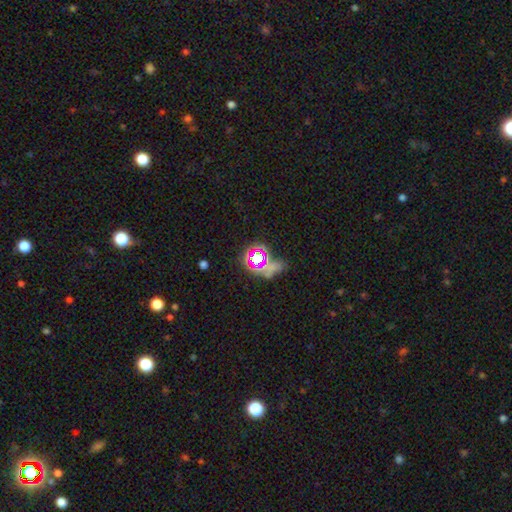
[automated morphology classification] type=star or artifact (63%).